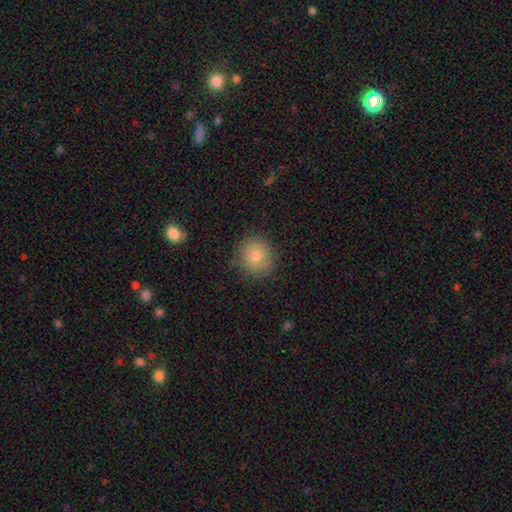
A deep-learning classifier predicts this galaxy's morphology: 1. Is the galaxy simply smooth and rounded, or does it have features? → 78% smooth, 11% featured or disk, 11% star or artifact.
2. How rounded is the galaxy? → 87% round, 13% in between, 1% cigar-shaped.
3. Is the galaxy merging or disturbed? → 84% none, 12% minor disturbance, 3% major disturbance, 1% merger.